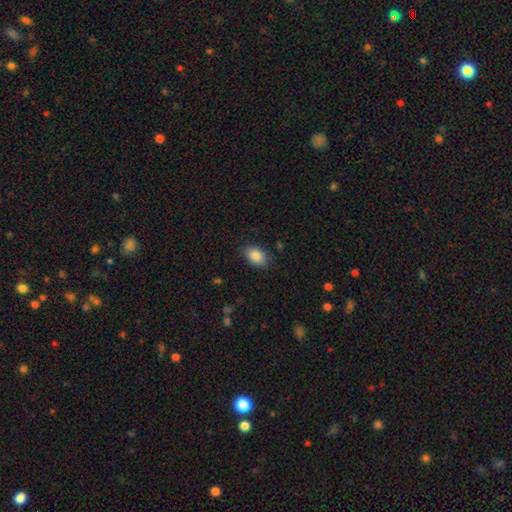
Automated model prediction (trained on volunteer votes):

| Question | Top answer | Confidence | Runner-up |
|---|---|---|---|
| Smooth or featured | smooth | 87% | star or artifact (8%) |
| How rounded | in between | 86% | round (12%) |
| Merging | none | 84% | minor disturbance (12%) |